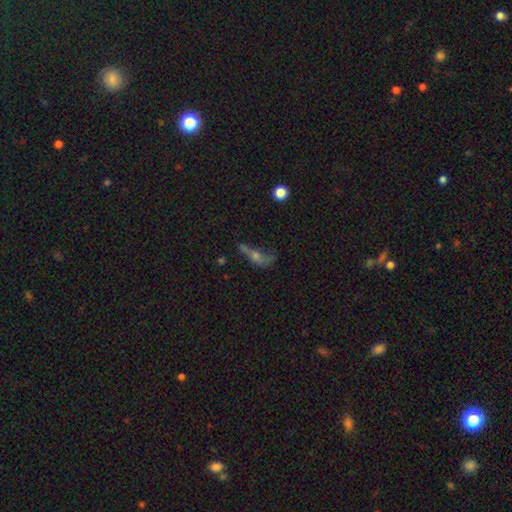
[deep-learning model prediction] featured or disk 48%, smooth 35%, star or artifact 18%. Down the decision tree: merging — major disturbance (35%).